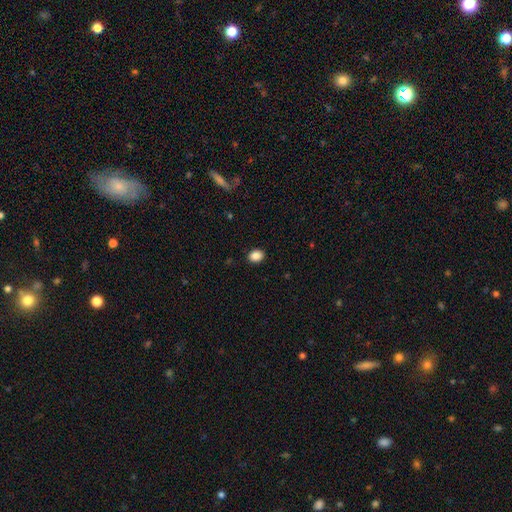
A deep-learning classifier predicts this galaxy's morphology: A smooth galaxy with no disk features (87%) that is in between round and cigar-shaped (58%). Merging: none (90%).